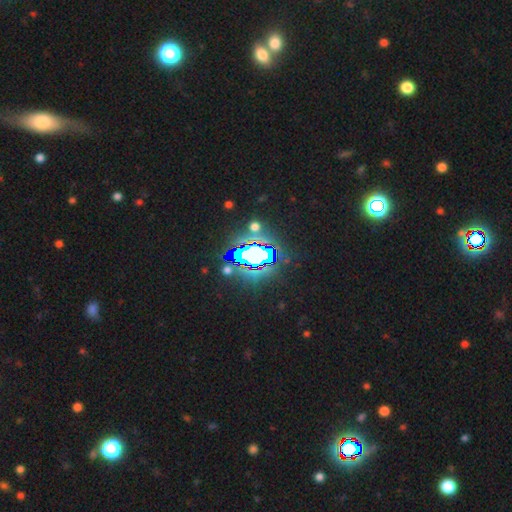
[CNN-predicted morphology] Smooth or featured? Predicted: star or artifact (p=0.79).